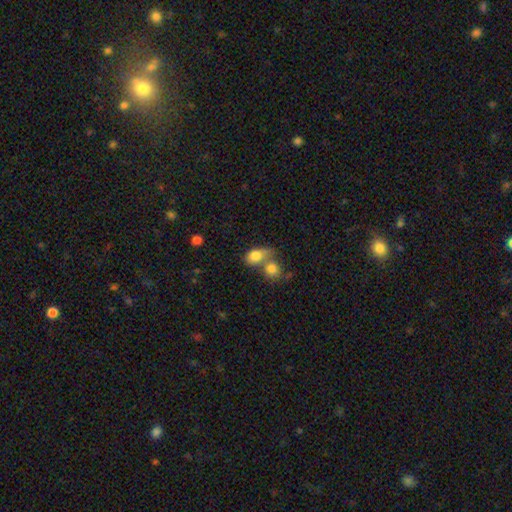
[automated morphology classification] smooth_or_featured: smooth (p=0.80) [alt: featured or disk p=0.11]
how_rounded: in between (p=0.73) [alt: round p=0.25]
merging: merger (p=0.55) [alt: none p=0.28]